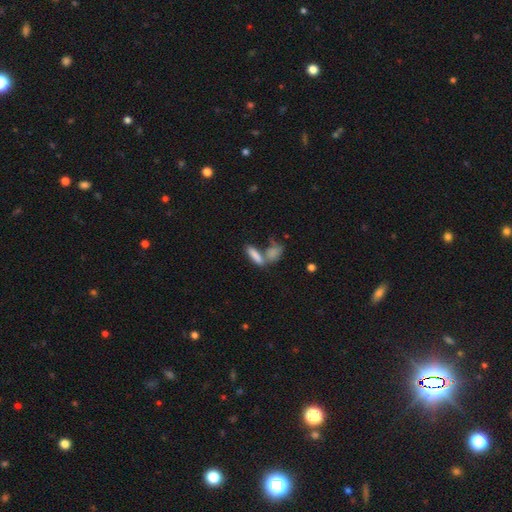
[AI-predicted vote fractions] smooth-or-featured: smooth: 79% | featured or disk: 13% | star or artifact: 8%
  how-rounded: in between: 48% (tied) | cigar-shaped: 48% (tied) | round: 4%
  merging: merger: 46% | none: 39% | minor disturbance: 10% | major disturbance: 5%